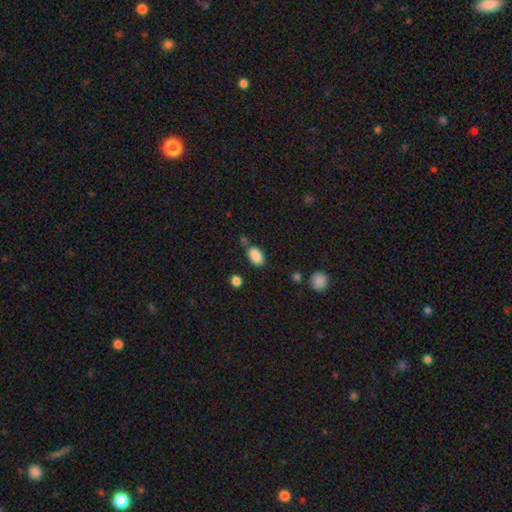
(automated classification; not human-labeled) smooth 88%, star or artifact 8%, featured or disk 4%. Down the decision tree: how rounded — in between (91%); merging — none (71%).